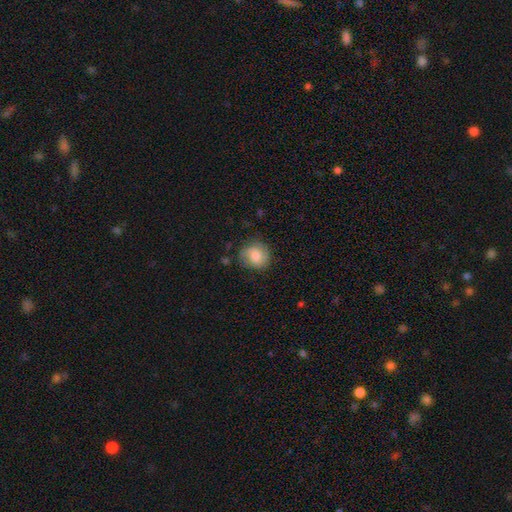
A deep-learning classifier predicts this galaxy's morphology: A smooth galaxy with no disk features (71%) that is round (78%).

Vote fractions:
- Smooth or featured? smooth: 71% / featured or disk: 21% / star or artifact: 8%
- How rounded? round: 78% / in between: 21% / cigar-shaped: 1%
- Merging? none: 69% / minor disturbance: 22% / major disturbance: 7% / merger: 2%